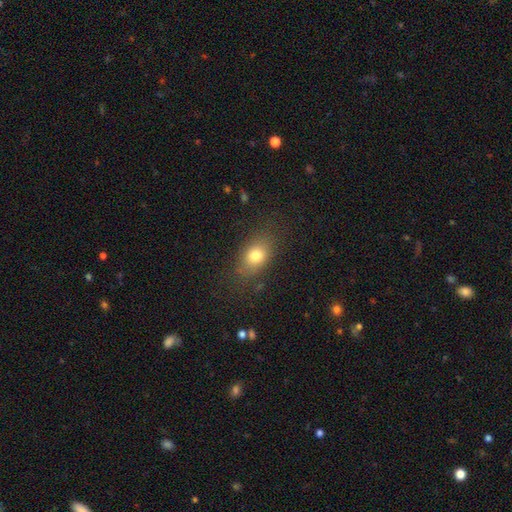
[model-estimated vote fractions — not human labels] Q: Smooth or featured?
A: smooth (77%); runner-up: featured or disk (12%)
Q: How rounded?
A: in between (74%); runner-up: round (23%)
Q: Merging?
A: none (79%); runner-up: minor disturbance (14%)